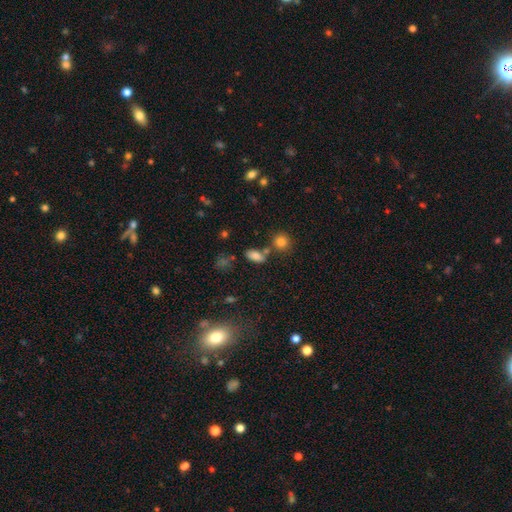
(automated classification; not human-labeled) A smooth galaxy with no disk features (80%) that is in between round and cigar-shaped (85%).

Vote fractions:
- Smooth or featured? smooth: 80% / star or artifact: 13% / featured or disk: 8%
- How rounded? in between: 85% / round: 9% / cigar-shaped: 6%
- Merging? none: 63% / merger: 19% / minor disturbance: 13% / major disturbance: 5%